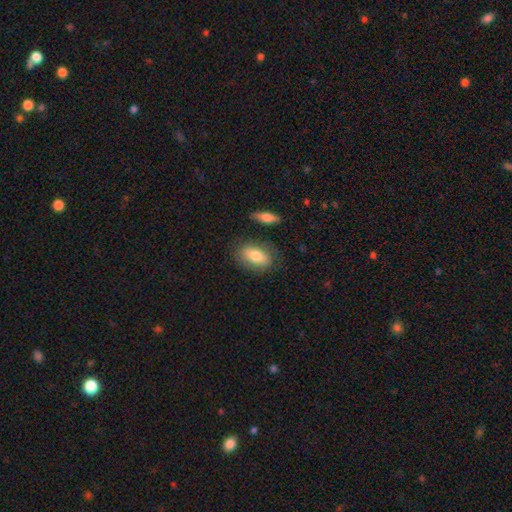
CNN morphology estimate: The model was most divided on "smooth or featured": smooth: 71%, featured or disk: 22%, star or artifact: 6%. More confident: how rounded — in between (88%); merging — none (74%).